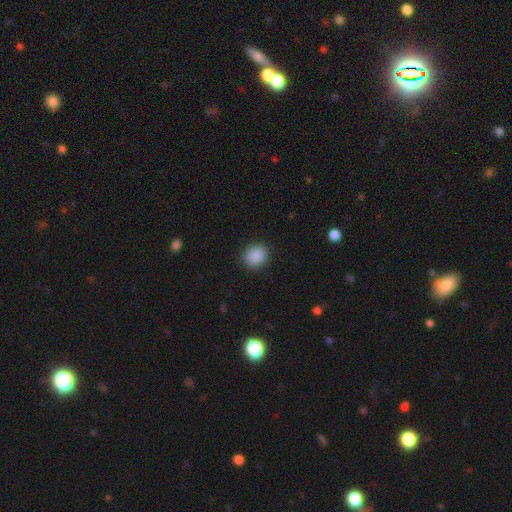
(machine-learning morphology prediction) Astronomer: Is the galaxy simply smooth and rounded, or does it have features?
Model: smooth — 89%.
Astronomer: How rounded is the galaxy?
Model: round — 75%.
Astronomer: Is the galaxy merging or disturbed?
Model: none — 89%.